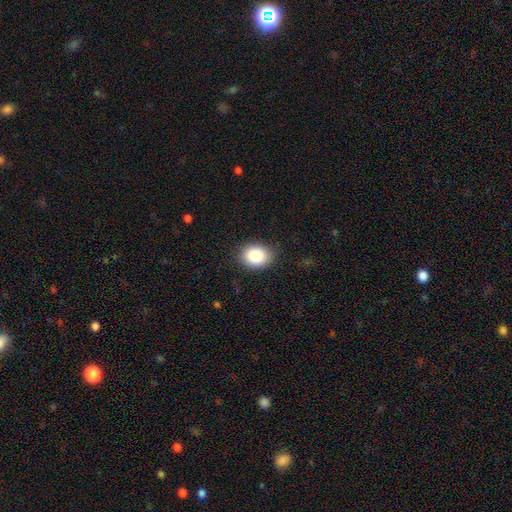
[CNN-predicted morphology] Smooth or featured? smooth (87%)
How rounded? in between (52%)
Merging? none (85%)